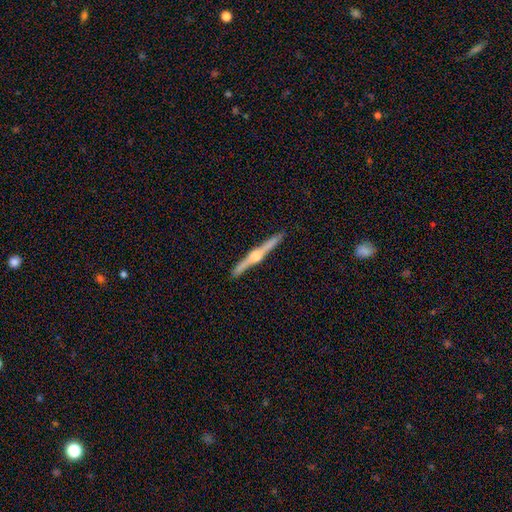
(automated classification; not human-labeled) Q: Smooth or featured?
A: featured or disk (82%); runner-up: smooth (13%)
Q: Edge-on disk?
A: yes (98%); runner-up: no (2%)
Q: Edge-on bulge?
A: rounded (90%); runner-up: boxy (6%)
Q: Merging?
A: none (91%); runner-up: minor disturbance (7%)